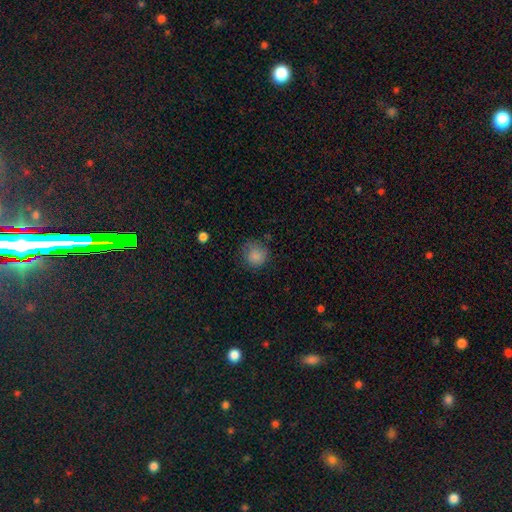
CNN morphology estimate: Smooth or featured? smooth (84%)
How rounded? round (88%)
Merging? none (68%)